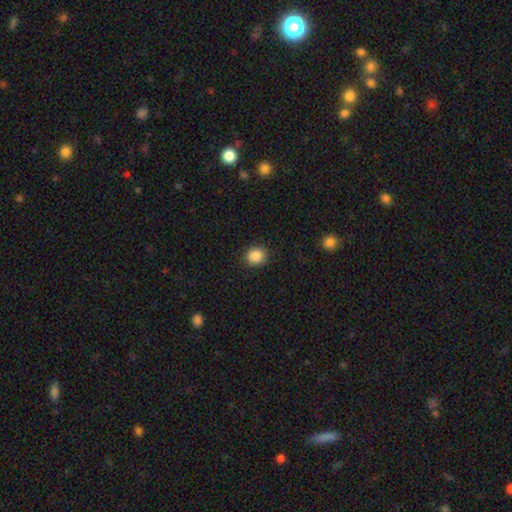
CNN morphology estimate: smooth 86%, star or artifact 10%, featured or disk 4%. Down the decision tree: how rounded — round (79%); merging — none (89%).